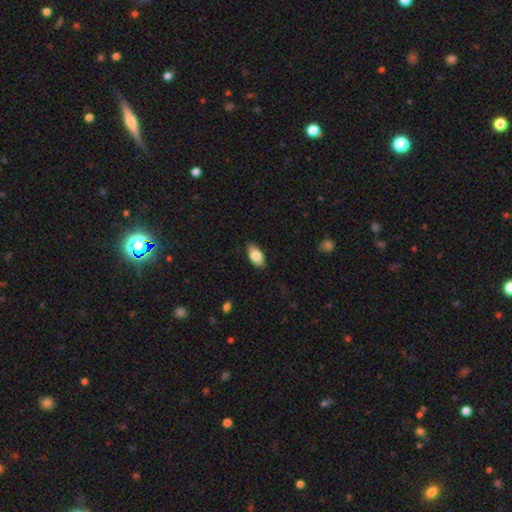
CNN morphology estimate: Smooth or featured? Predicted: smooth (p=0.81). How rounded? Predicted: in between (p=0.92). Merging? Predicted: none (p=0.87).